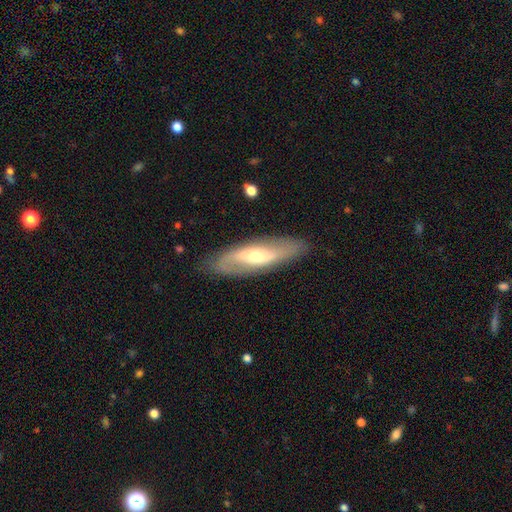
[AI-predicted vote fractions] This appears to be a featured or disk galaxy (64%). Merging: none (83%).